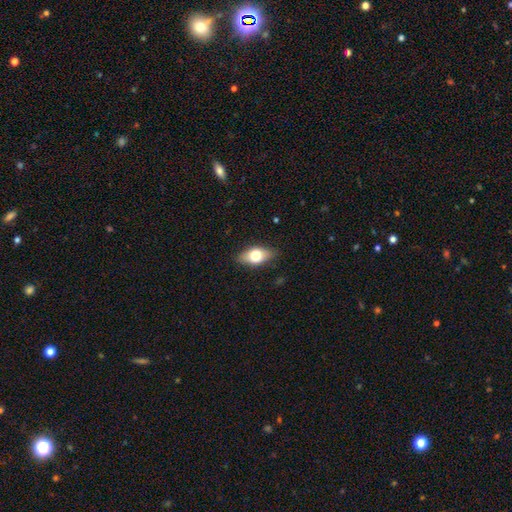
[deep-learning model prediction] A smooth galaxy with no disk features (66%) that is in between round and cigar-shaped (84%).

Vote fractions:
- Smooth or featured? smooth: 66% / featured or disk: 26% / star or artifact: 8%
- How rounded? in between: 84% / round: 9% / cigar-shaped: 7%
- Merging? none: 83% / minor disturbance: 13% / major disturbance: 3% / merger: 1%